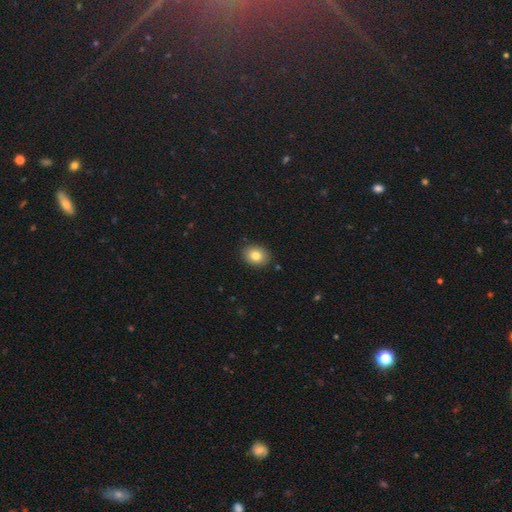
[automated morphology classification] A smooth galaxy with no disk features (81%) that is in between round and cigar-shaped (54%).

Vote fractions:
- Smooth or featured? smooth: 81% / featured or disk: 9% / star or artifact: 9%
- How rounded? in between: 54% / round: 45% / cigar-shaped: 1%
- Merging? none: 89% / minor disturbance: 8% / major disturbance: 2% / merger: 1%